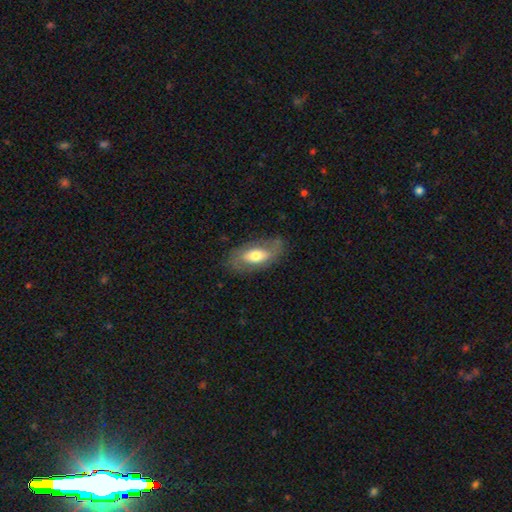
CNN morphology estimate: A smooth galaxy with no disk features (52%) that is in between round and cigar-shaped (87%).

Vote fractions:
- Smooth or featured? smooth: 52% / featured or disk: 42% / star or artifact: 6%
- How rounded? in between: 87% / cigar-shaped: 9% / round: 4%
- Merging? none: 71% / minor disturbance: 19% / major disturbance: 8% / merger: 1%